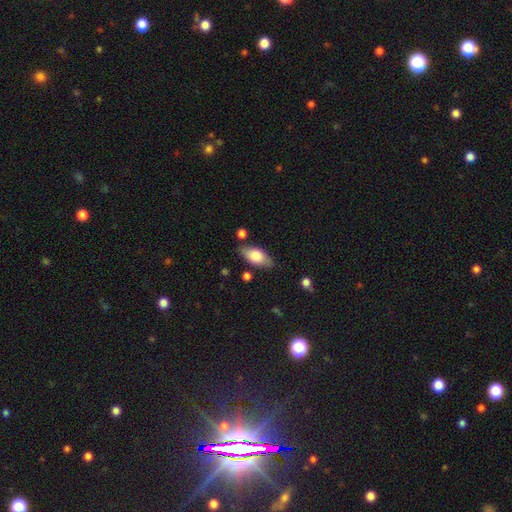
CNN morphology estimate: This appears to be a smooth galaxy with no disk features (73%) that is in between round and cigar-shaped (88%). Merging: none (78%).